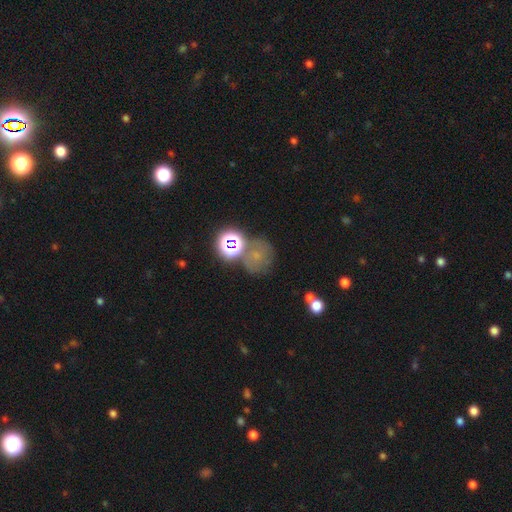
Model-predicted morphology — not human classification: This is marginally a smooth galaxy (42%). Merging: possibly none (59%).